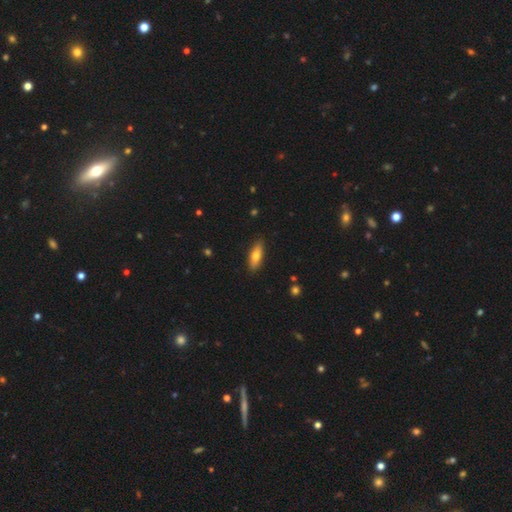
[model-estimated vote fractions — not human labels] This is likely a smooth galaxy (67%). How rounded: possibly in between (59%). Merging: clearly none (88%).